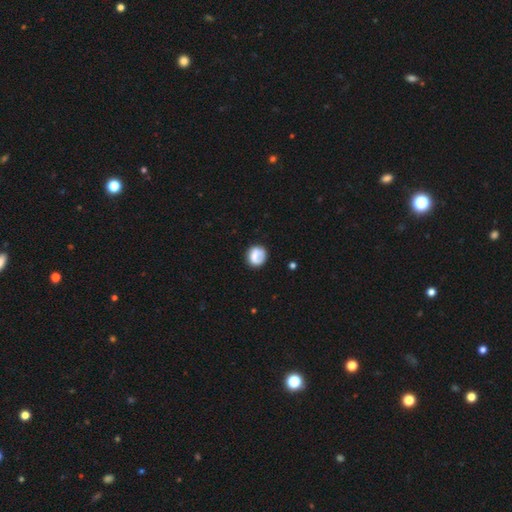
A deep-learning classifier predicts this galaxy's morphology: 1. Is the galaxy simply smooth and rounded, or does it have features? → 69% smooth, 23% featured or disk, 8% star or artifact.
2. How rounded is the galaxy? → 84% round, 15% in between, 1% cigar-shaped.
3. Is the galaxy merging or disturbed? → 71% none, 18% minor disturbance, 8% major disturbance, 3% merger.